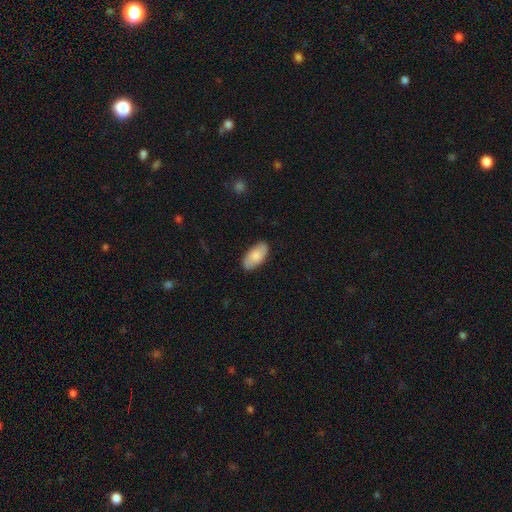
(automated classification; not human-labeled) Overall: smooth (76%). How rounded: in between (94%). Merging: none (85%).